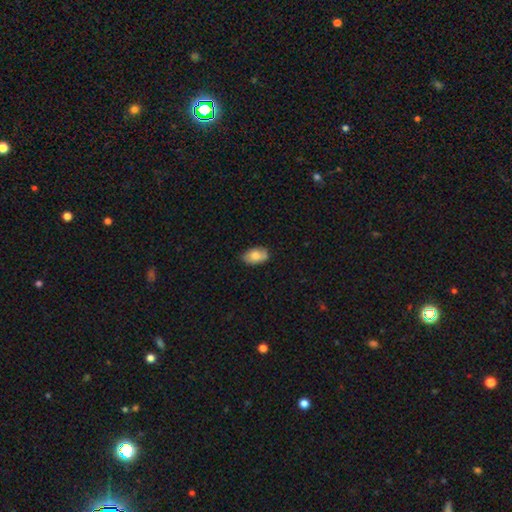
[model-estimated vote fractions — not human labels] A smooth galaxy with no disk features (78%) that is in between round and cigar-shaped (91%). Merging: none (75%).